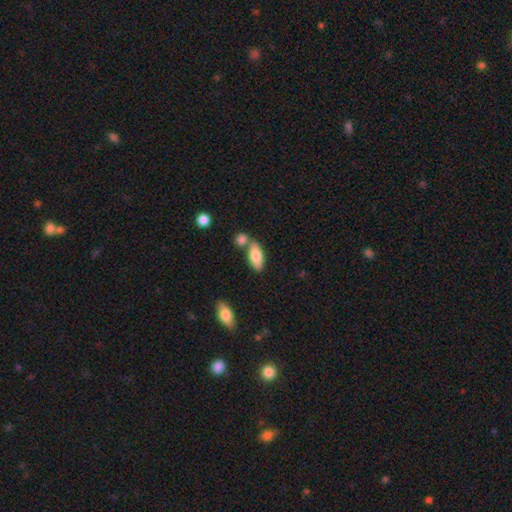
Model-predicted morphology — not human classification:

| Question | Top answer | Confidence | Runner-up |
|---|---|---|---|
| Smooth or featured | smooth | 79% | featured or disk (15%) |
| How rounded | in between | 82% | cigar-shaped (15%) |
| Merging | none | 62% | merger (23%) |